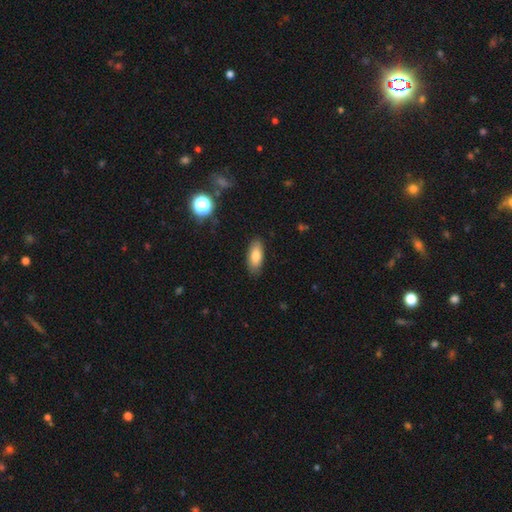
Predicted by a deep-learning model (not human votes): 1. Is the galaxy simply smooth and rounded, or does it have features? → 81% smooth, 11% featured or disk, 8% star or artifact.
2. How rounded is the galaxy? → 83% in between, 14% cigar-shaped, 3% round.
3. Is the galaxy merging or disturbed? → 86% none, 11% minor disturbance, 2% major disturbance, 1% merger.